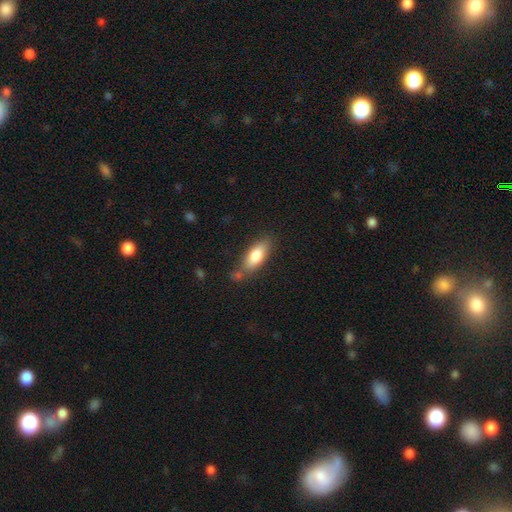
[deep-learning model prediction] The model was most divided on "how rounded": in between: 72%, cigar-shaped: 26%, round: 3%. More confident: smooth or featured — smooth (79%); merging — none (68%).